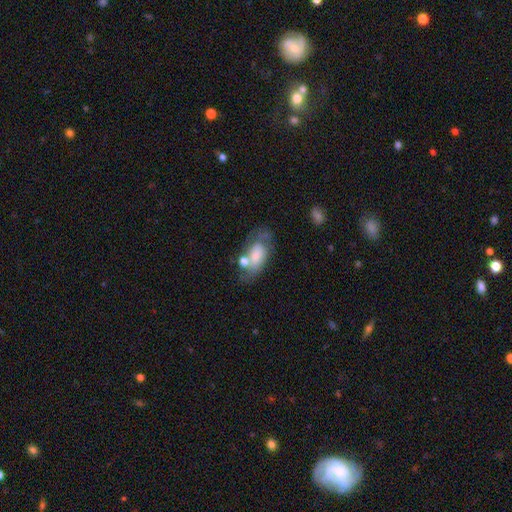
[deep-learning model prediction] Smooth or featured?
  - smooth: 55% *
  - featured or disk: 37%
  - star or artifact: 8%
How rounded?
  - in between: 88% *
  - round: 8%
  - cigar-shaped: 4%
Merging?
  - none: 40% *
  - minor disturbance: 23%
  - major disturbance: 18%
  - merger: 18%